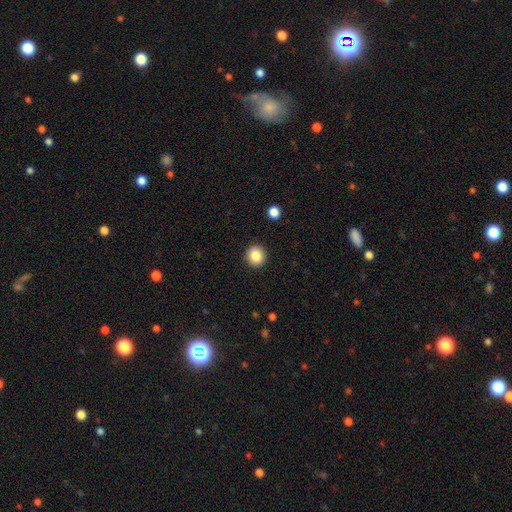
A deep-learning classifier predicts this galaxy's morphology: The model was most divided on "smooth or featured": smooth: 85%, star or artifact: 9%, featured or disk: 5%. More confident: how rounded — round (92%); merging — none (92%).